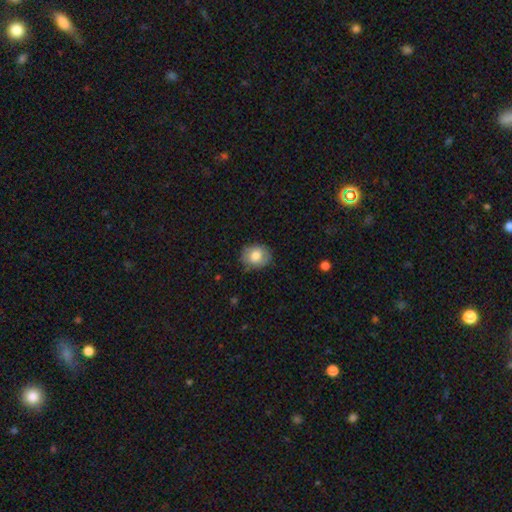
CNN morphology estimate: Q: Smooth or featured?
A: smooth (78%); runner-up: featured or disk (15%)
Q: How rounded?
A: round (59%); runner-up: in between (40%)
Q: Merging?
A: none (82%); runner-up: minor disturbance (14%)